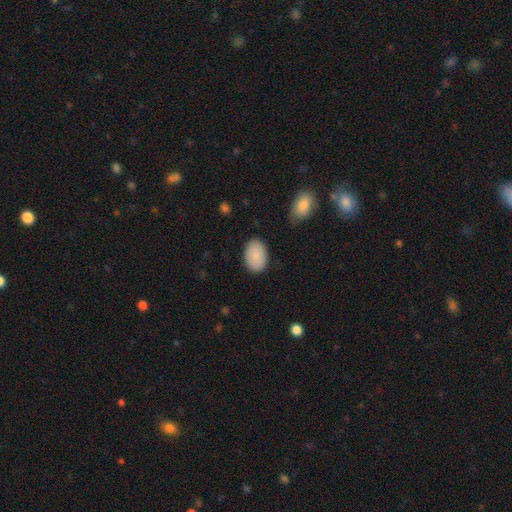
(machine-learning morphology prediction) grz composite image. It shows a smooth galaxy with no disk features (88%) that is in between round and cigar-shaped (90%). Merging: none (85%).